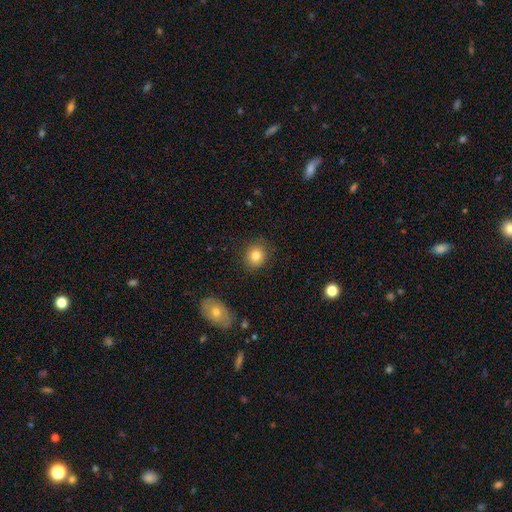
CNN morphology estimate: Overall: smooth (82%). How rounded: round (78%). Merging: none (88%).